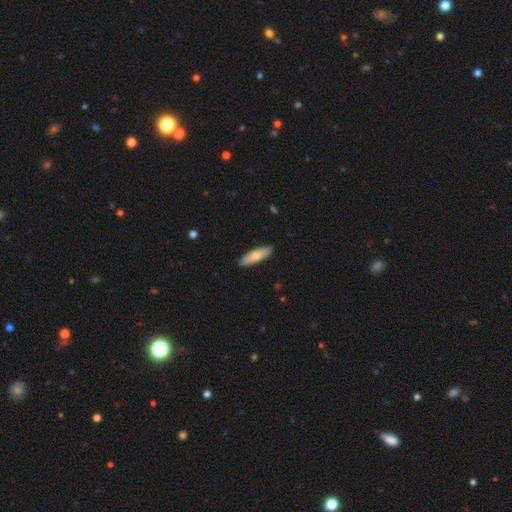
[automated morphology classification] The model was most divided on "how rounded": cigar-shaped: 57%, in between: 41%, round: 2%. More confident: merging — none (89%); smooth or featured — smooth (71%).